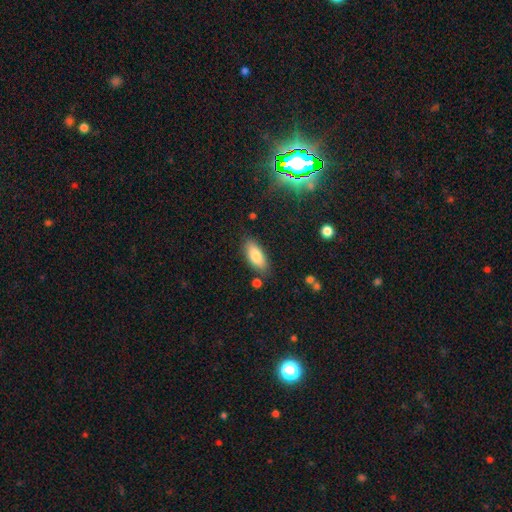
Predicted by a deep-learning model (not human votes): Overall: smooth (81%). How rounded: in between (83%). Merging: none (81%).